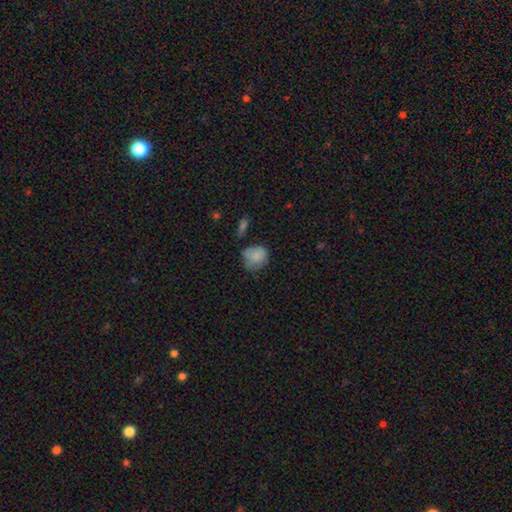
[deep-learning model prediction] Smooth or featured: smooth — 79% (featured or disk — 13%)
How rounded: round — 60% (in between — 39%)
Merging: none — 48% (minor disturbance — 33%)